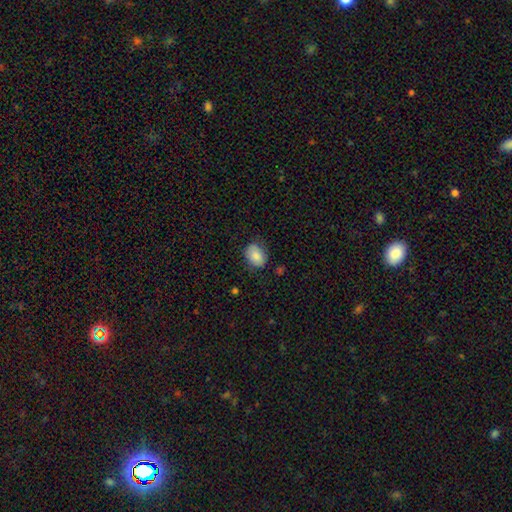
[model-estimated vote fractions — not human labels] smooth 84%, featured or disk 8%, star or artifact 7%. Down the decision tree: how rounded — in between (66%); merging — none (72%).